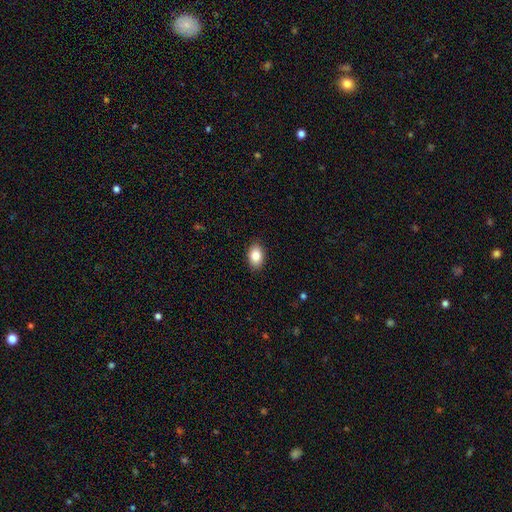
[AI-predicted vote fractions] Morphology: type=smooth (84%); roundness=in between (85%); merging=none (90%).